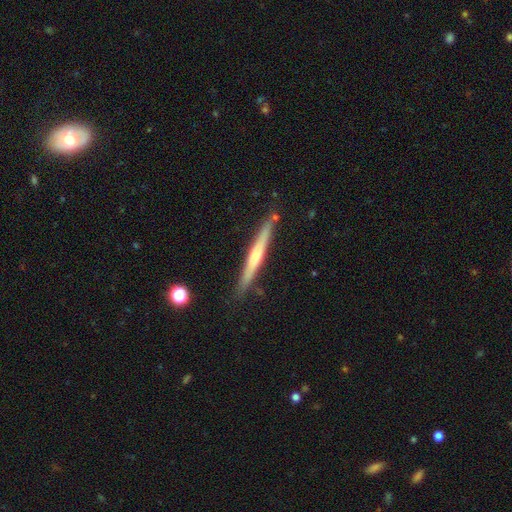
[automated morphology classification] This is possibly a featured or disk galaxy (56%). It is clearly viewed edge-on (97%). Edge-on bulge: possibly rounded (50%). Merging: clearly none (85%).